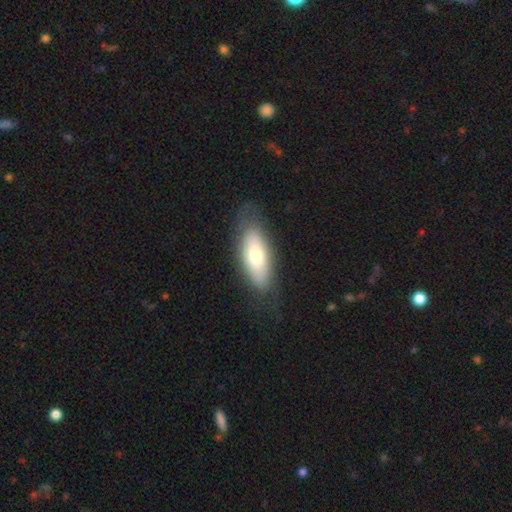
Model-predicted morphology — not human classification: type=smooth (64%); roundness=in between (71%); merging=none (76%).